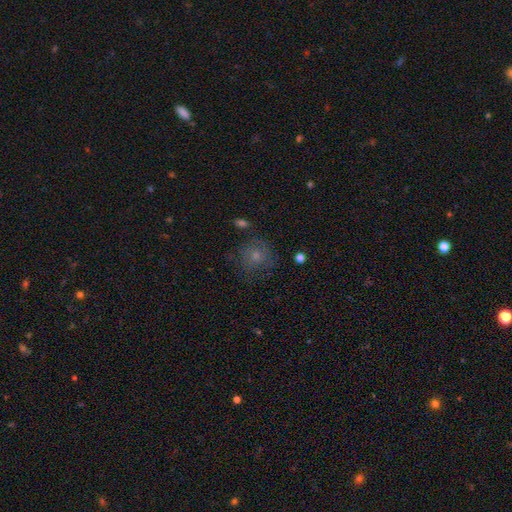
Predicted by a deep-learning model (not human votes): Smooth or featured: smooth — 58% (featured or disk — 27%)
How rounded: round — 84% (in between — 15%)
Merging: none — 69% (minor disturbance — 18%)